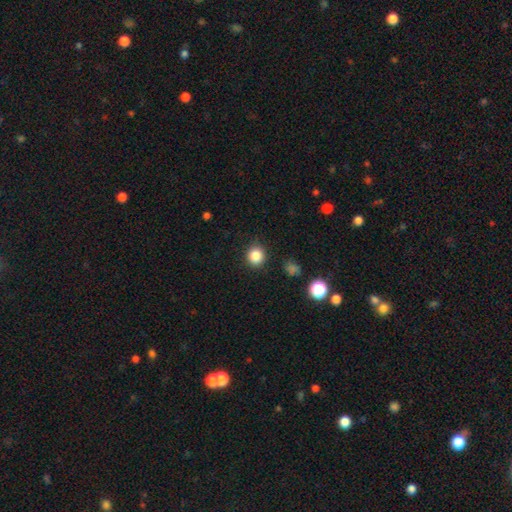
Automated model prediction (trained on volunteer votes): A smooth galaxy with no disk features (85%) that is round (87%). Merging: none (88%).